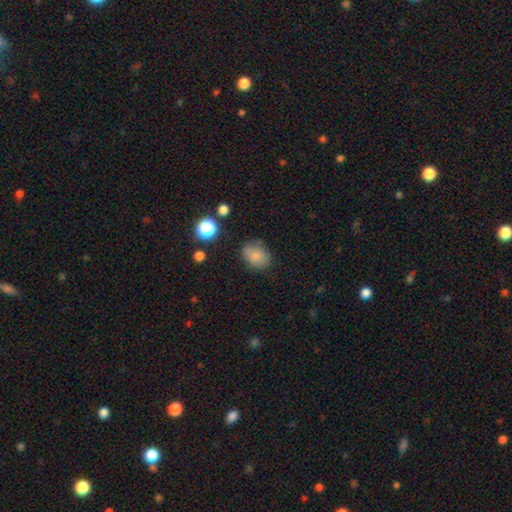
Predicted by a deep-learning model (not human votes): Smooth or featured: smooth — 80% (star or artifact — 11%)
How rounded: in between — 60% (round — 39%)
Merging: none — 72% (minor disturbance — 20%)